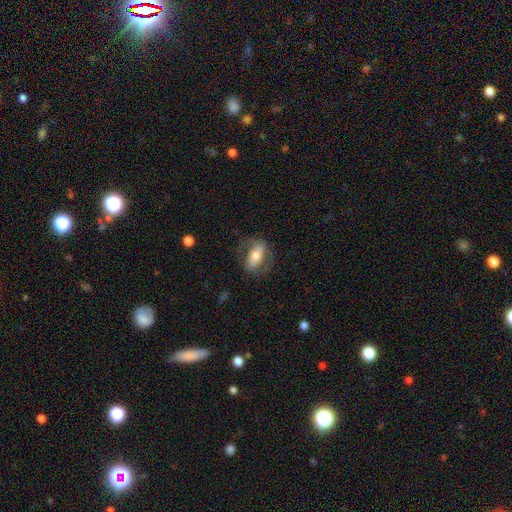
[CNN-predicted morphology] A featured or disk galaxy (48%). Merging: none (66%).